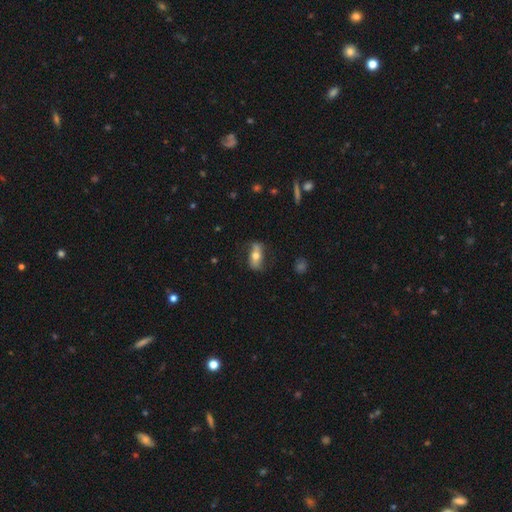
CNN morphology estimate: The model was most divided on "smooth or featured": featured or disk: 49%, smooth: 43%, star or artifact: 8%. More confident: merging — none (66%).